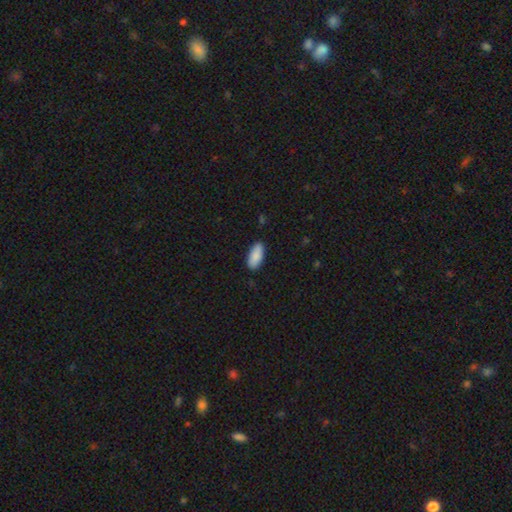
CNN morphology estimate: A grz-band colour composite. It shows a smooth galaxy with no disk features (88%) that is in between round and cigar-shaped (89%). Merging: none (87%).